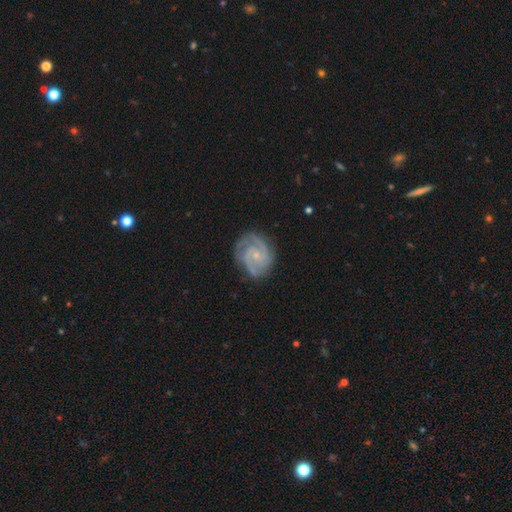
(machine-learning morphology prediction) smooth_or_featured: featured or disk (p=0.89) [alt: smooth p=0.06]
disk_edge_on: no (p=0.98) [alt: yes p=0.02]
bar: no (p=0.65) [alt: weak p=0.29]
has_spiral_arms: yes (p=0.98) [alt: no p=0.02]
spiral_winding: tight (p=0.58) [alt: medium p=0.36]
spiral_arm_count: 2 (p=0.57) [alt: 3 p=0.27]
bulge_size: small (p=0.77) [alt: moderate p=0.17]
merging: none (p=0.76) [alt: minor disturbance p=0.17]